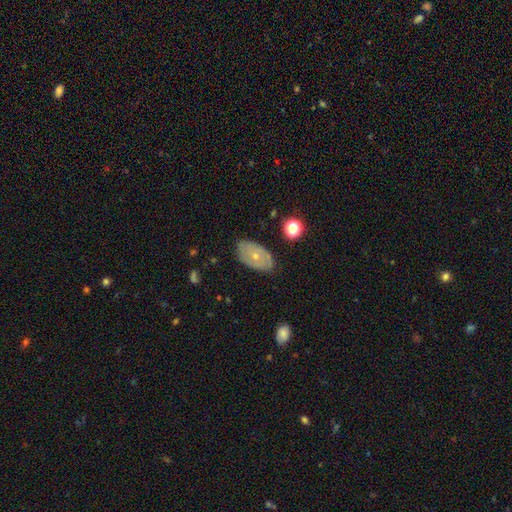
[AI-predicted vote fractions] This appears to be a featured or disk galaxy (53%). Merging: none (75%).